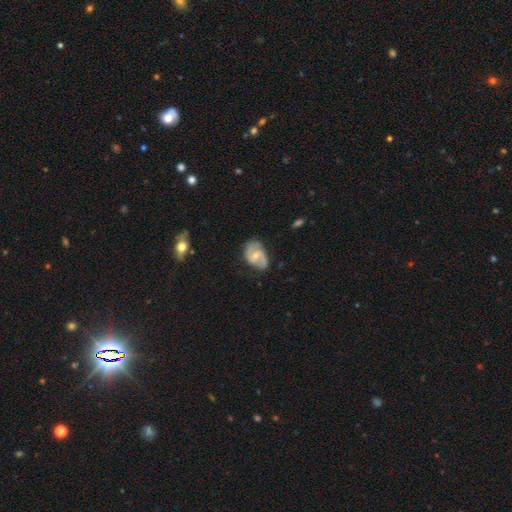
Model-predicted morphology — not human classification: A featured or disk galaxy (75%) with a weak bar (46%), 2 (84%) medium (48%) spiral arms (93%) and a moderate central bulge (48%). Merging: none (65%).